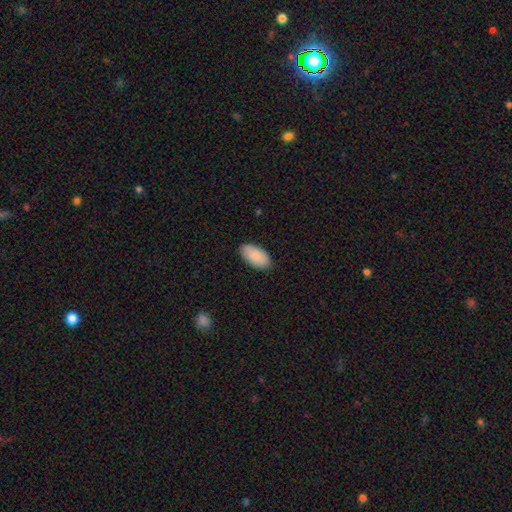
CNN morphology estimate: smooth_or_featured: smooth (p=0.88) [alt: featured or disk p=0.06]
how_rounded: in between (p=0.96) [alt: cigar-shaped p=0.02]
merging: none (p=0.88) [alt: minor disturbance p=0.09]